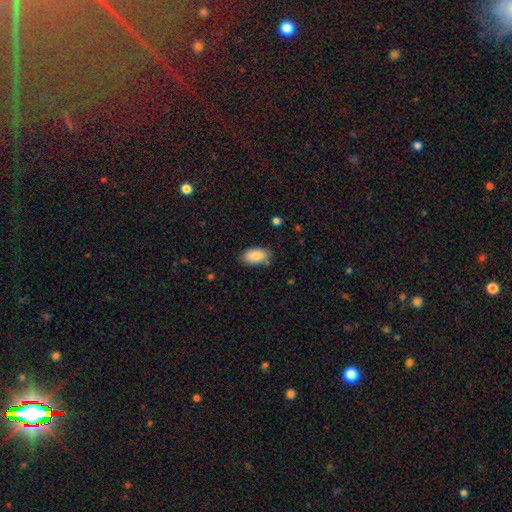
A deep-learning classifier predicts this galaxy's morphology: Smooth or featured? smooth (86%)
How rounded? in between (94%)
Merging? none (79%)